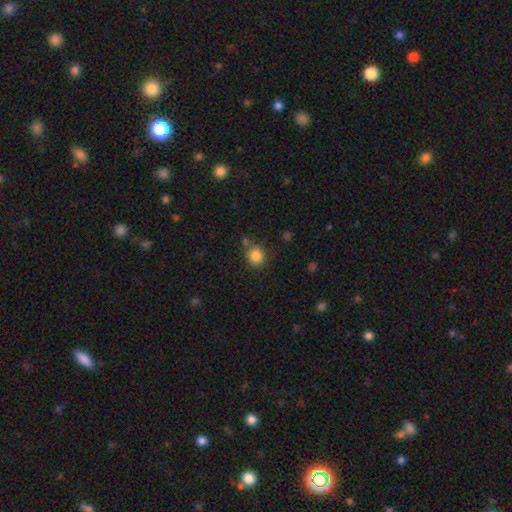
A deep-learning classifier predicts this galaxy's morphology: smooth_or_featured: smooth (p=0.84) [alt: star or artifact p=0.11]
how_rounded: round (p=0.84) [alt: in between p=0.15]
merging: none (p=0.74) [alt: minor disturbance p=0.12]